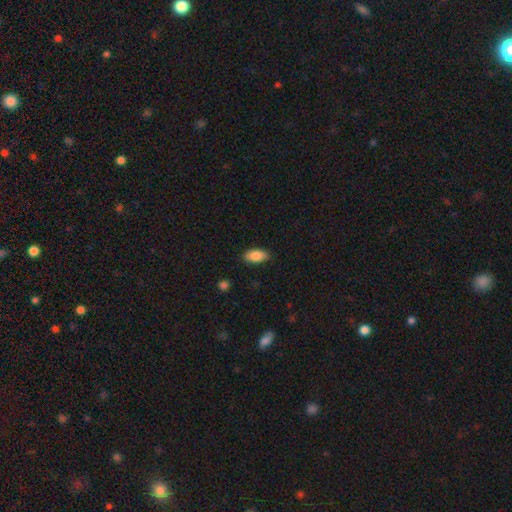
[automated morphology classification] This appears to be a smooth galaxy with no disk features (87%) that is in between round and cigar-shaped (92%). Merging: none (86%).